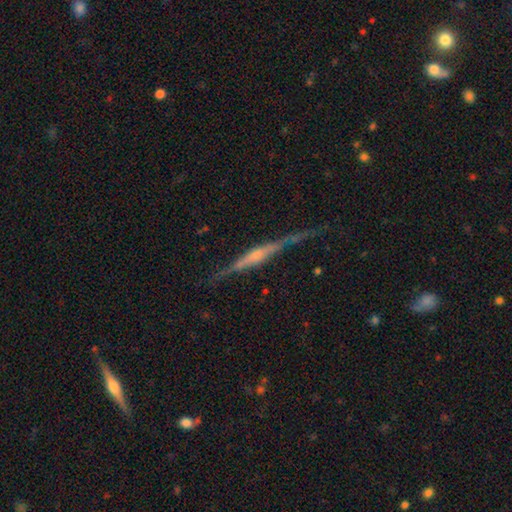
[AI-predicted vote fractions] This is likely a featured or disk galaxy (78%). It is clearly viewed edge-on (97%). Edge-on bulge: possibly rounded (55%). Merging: clearly none (80%).